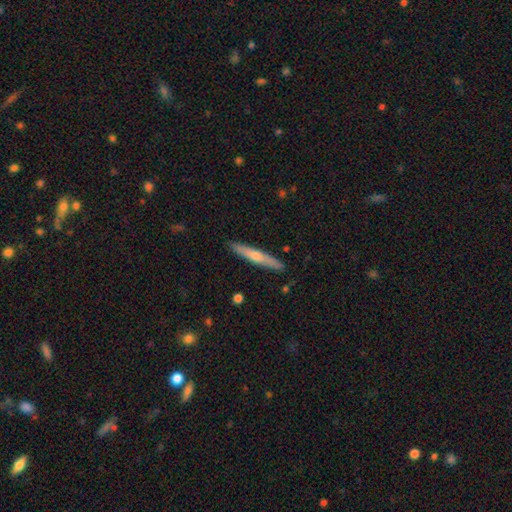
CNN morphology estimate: Smooth or featured? Predicted: featured or disk (p=0.49). Merging? Predicted: none (p=0.90).